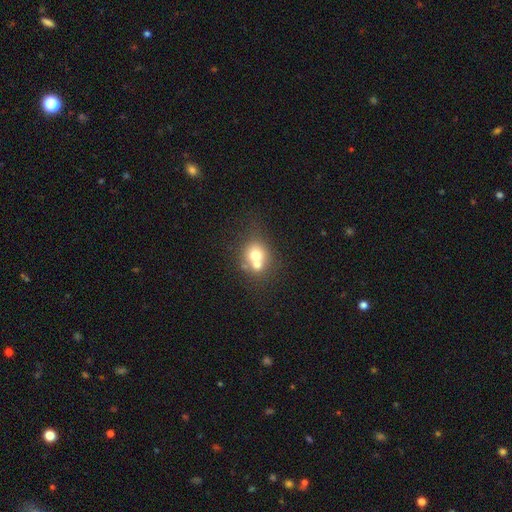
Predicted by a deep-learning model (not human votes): This appears to be a smooth galaxy with no disk features (65%) that is round (73%). Merging: merger (57%).